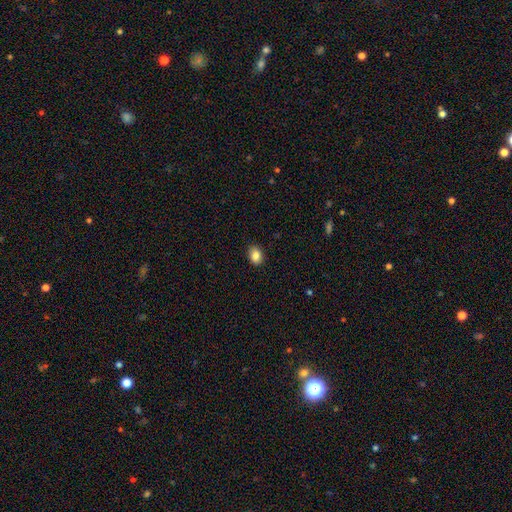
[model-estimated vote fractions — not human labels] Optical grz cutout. It shows a smooth galaxy with no disk features (86%) that is in between round and cigar-shaped (68%). Merging: none (88%).